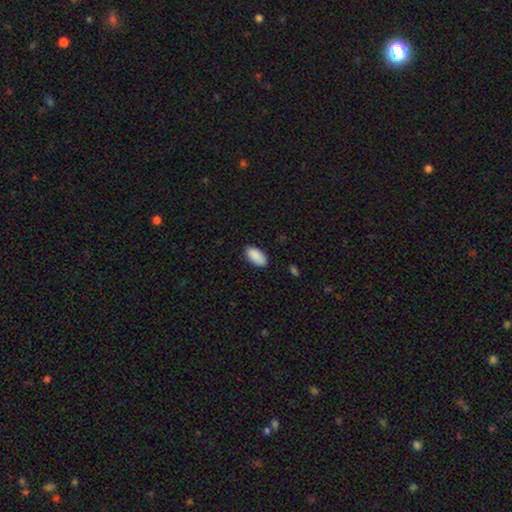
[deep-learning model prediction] A smooth galaxy with no disk features (90%) that is in between round and cigar-shaped (94%).

Vote fractions:
- Smooth or featured? smooth: 90% / star or artifact: 7% / featured or disk: 3%
- How rounded? in between: 94% / cigar-shaped: 3% / round: 2%
- Merging? none: 84% / minor disturbance: 13% / major disturbance: 2% / merger: 1%